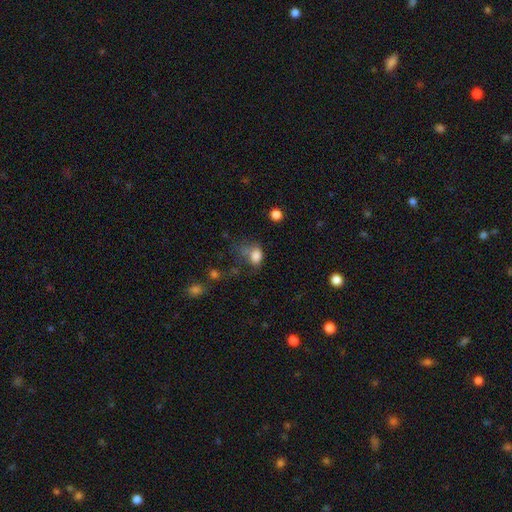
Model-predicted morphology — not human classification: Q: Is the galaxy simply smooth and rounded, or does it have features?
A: smooth — 78%.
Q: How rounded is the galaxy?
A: in between — 71%.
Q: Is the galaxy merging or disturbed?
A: none — 32%.